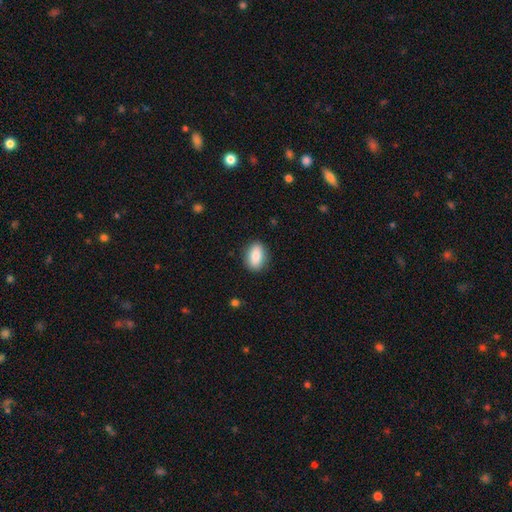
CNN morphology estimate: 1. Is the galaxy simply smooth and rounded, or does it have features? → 84% smooth, 9% featured or disk, 7% star or artifact.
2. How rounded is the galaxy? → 85% in between, 12% round, 3% cigar-shaped.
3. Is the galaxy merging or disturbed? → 87% none, 10% minor disturbance, 2% major disturbance, 1% merger.